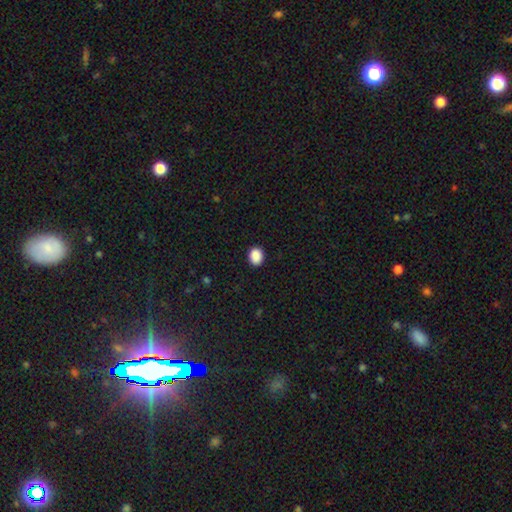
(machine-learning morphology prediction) Smooth or featured? smooth (89%)
How rounded? in between (54%)
Merging? none (89%)